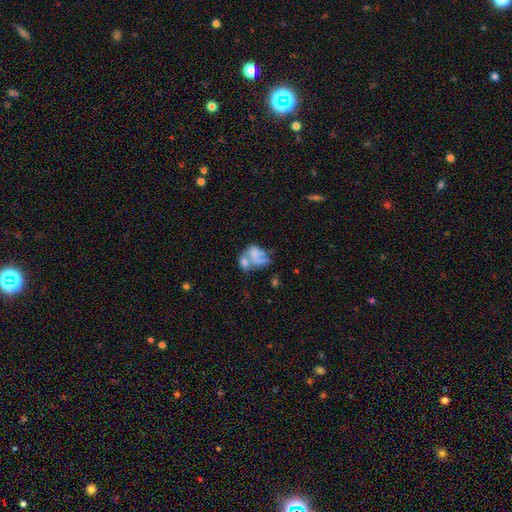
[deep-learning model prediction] Overall: smooth (54%; featured or disk 36%). How rounded: in between (77%). Merging: merger (56%; major disturbance 18%).